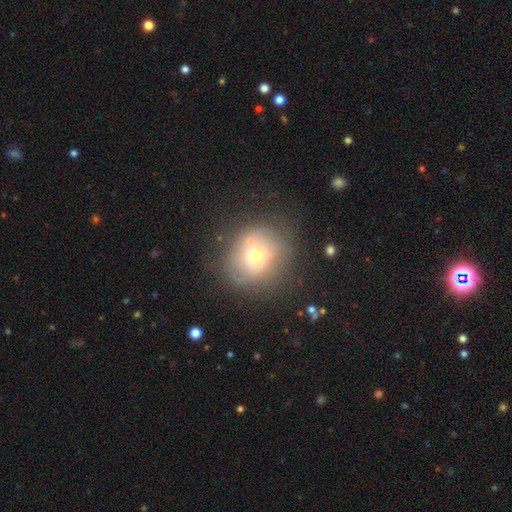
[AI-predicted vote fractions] A smooth galaxy with no disk features (54%) that is round (77%). Merging: none (58%).